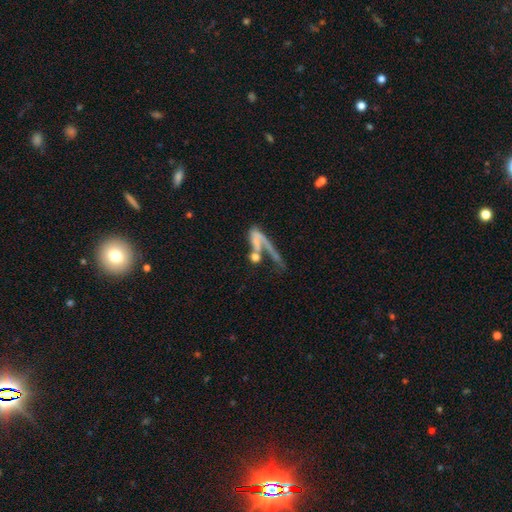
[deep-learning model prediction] This is possibly a featured or disk galaxy (54%). It is clearly not viewed edge-on (82%). Merging: marginally merger (43%).